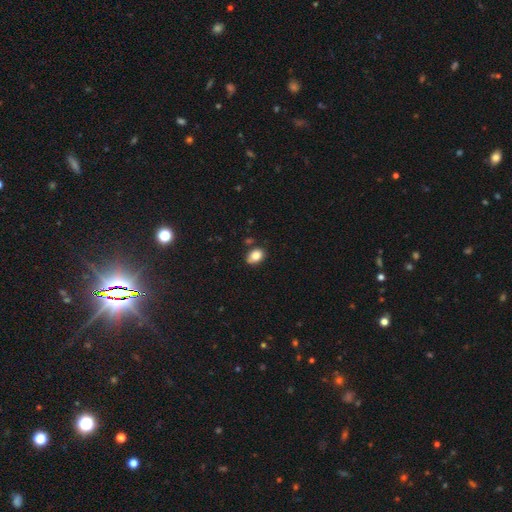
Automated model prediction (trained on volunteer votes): A smooth galaxy with no disk features (85%) that is in between round and cigar-shaped (78%).

Vote fractions:
- Smooth or featured? smooth: 85% / star or artifact: 9% / featured or disk: 6%
- How rounded? in between: 78% / round: 21% / cigar-shaped: 1%
- Merging? none: 73% / minor disturbance: 19% / merger: 5% / major disturbance: 4%